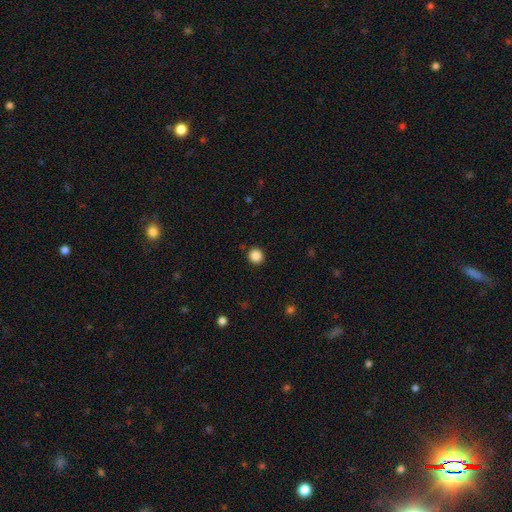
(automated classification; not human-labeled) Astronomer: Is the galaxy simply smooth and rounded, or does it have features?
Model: smooth — 87%.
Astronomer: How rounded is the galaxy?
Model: round — 90%.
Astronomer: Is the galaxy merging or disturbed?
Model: none — 92%.